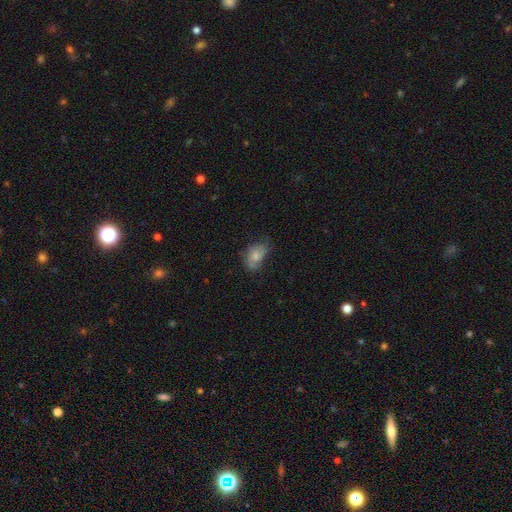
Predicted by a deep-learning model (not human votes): A smooth galaxy with no disk features (64%) that is in between round and cigar-shaped (85%). Merging: none (51%).